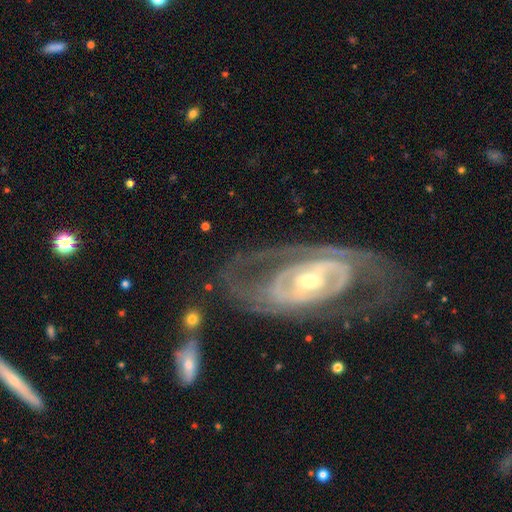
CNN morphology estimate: Smooth or featured? featured or disk (87%)
Edge-on disk? no (94%)
Bar? no (43%)
Spiral arms? yes (86%)
Spiral winding? tight (60%)
Spiral arm count? 2 (53%)
Bulge size? small (50%)
Merging? none (60%)